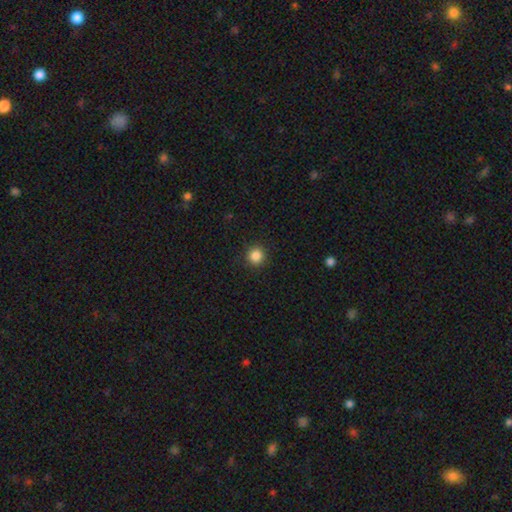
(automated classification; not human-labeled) Morphology: type=smooth (86%); roundness=round (94%); merging=none (92%).